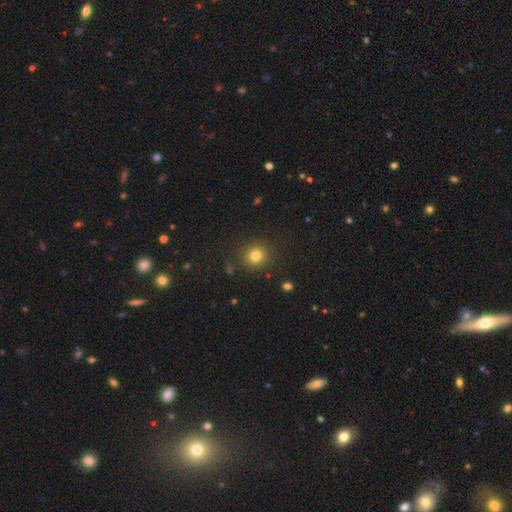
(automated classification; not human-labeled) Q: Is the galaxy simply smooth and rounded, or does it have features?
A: smooth — 80%.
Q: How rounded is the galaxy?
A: round — 89%.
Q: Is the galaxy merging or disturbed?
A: none — 88%.